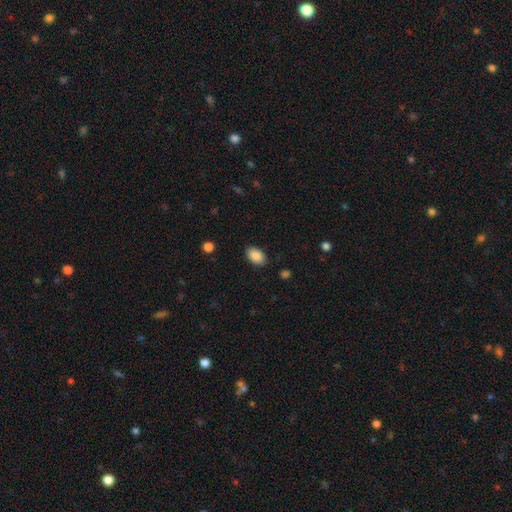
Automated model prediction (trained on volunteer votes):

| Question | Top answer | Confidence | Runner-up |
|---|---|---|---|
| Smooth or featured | smooth | 89% | star or artifact (7%) |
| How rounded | in between | 91% | round (8%) |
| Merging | none | 87% | minor disturbance (10%) |